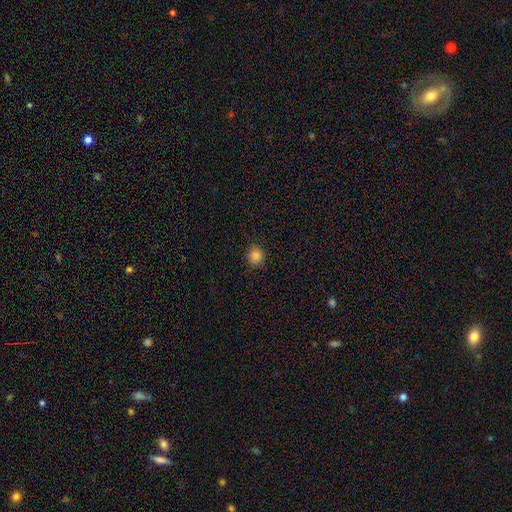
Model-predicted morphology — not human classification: smooth_or_featured: smooth (p=0.83) [alt: star or artifact p=0.12]
how_rounded: round (p=0.83) [alt: in between p=0.16]
merging: none (p=0.89) [alt: minor disturbance p=0.08]